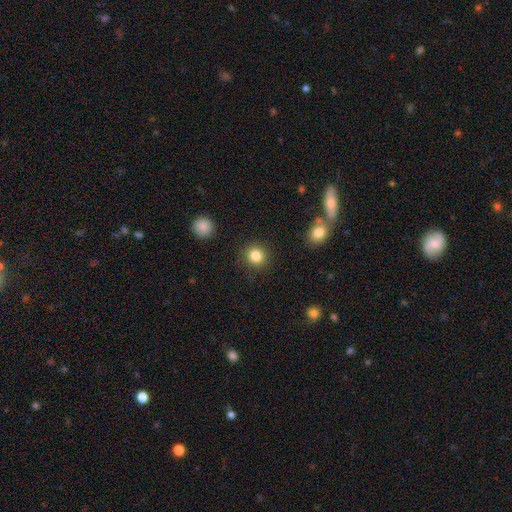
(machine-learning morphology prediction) Overall: smooth (84%). How rounded: round (89%). Merging: none (90%).